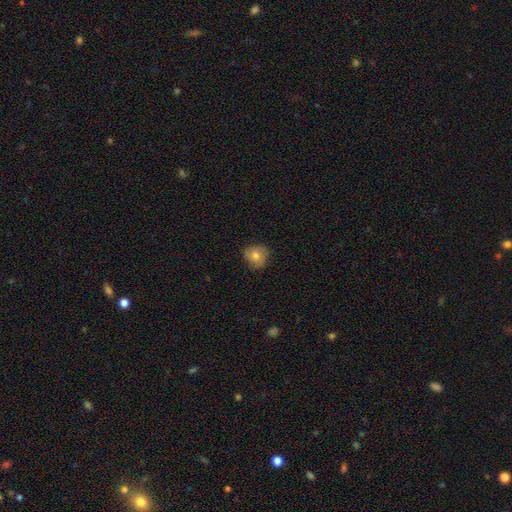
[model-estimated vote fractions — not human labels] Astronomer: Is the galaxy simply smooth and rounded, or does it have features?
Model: smooth — 77%.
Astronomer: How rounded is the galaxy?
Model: round — 87%.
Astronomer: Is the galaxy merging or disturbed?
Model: none — 79%.